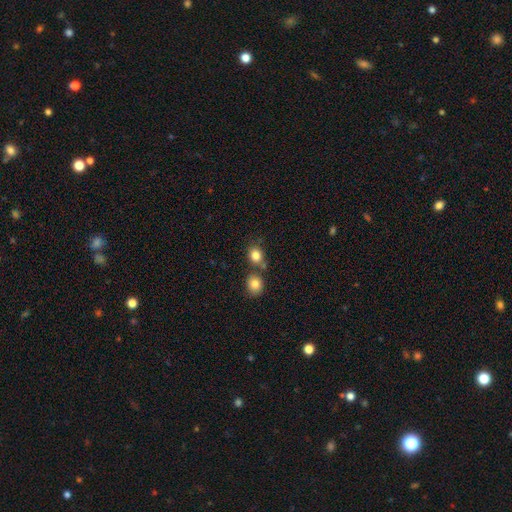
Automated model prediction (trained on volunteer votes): Overall: smooth (83%). How rounded: round (66%; in between 33%). Merging: none (57%; merger 30%).